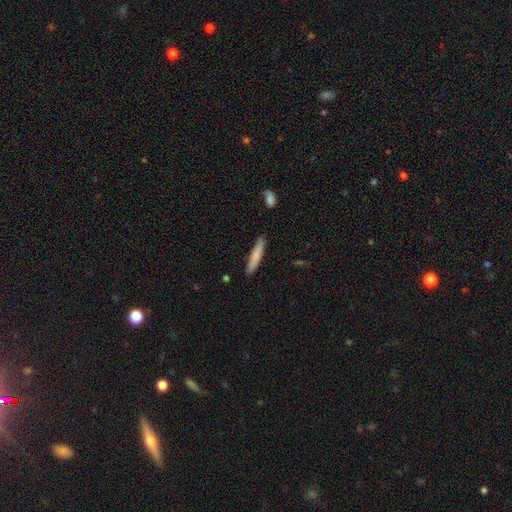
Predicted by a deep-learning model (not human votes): Smooth or featured: smooth — 78% (featured or disk — 16%)
How rounded: cigar-shaped — 92% (in between — 7%)
Merging: none — 85% (minor disturbance — 11%)